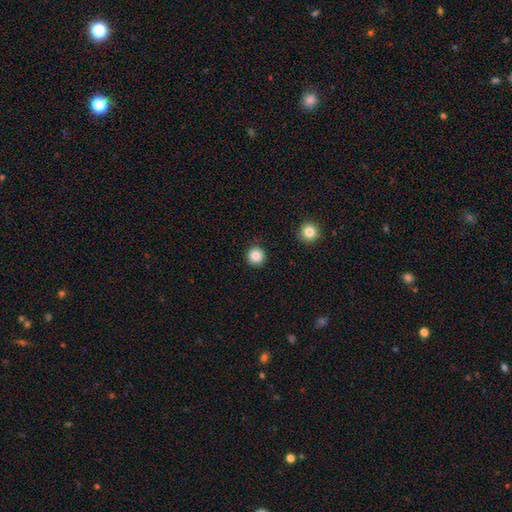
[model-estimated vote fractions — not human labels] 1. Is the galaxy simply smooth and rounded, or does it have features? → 86% smooth, 10% star or artifact, 4% featured or disk.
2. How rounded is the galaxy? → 96% round, 3% in between, 1% cigar-shaped.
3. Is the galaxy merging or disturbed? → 90% none, 6% minor disturbance, 2% major disturbance, 1% merger.